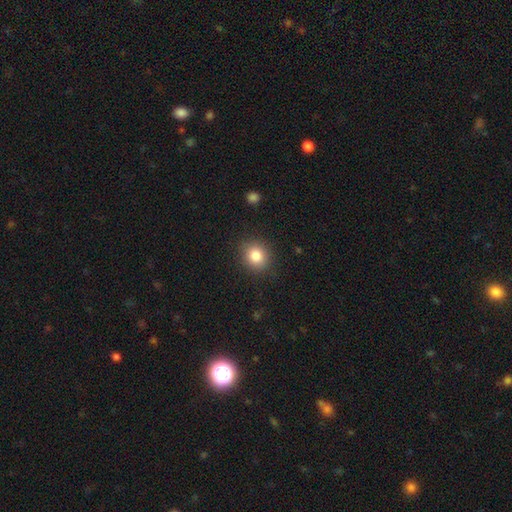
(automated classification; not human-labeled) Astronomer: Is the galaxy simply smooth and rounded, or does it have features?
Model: smooth — 83%.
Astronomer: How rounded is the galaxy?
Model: round — 79%.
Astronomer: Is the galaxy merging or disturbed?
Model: none — 88%.